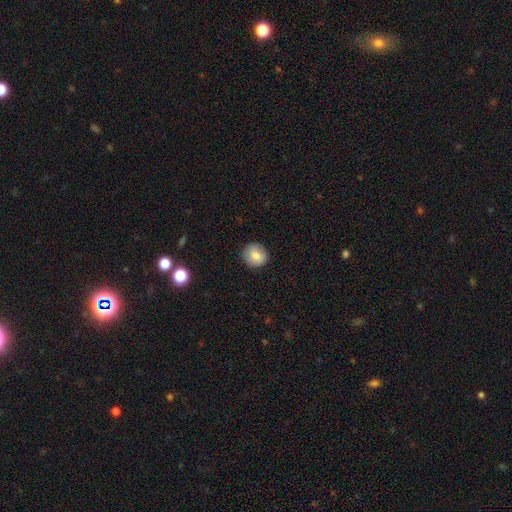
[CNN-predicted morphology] smooth 84%, star or artifact 8%, featured or disk 8%. Down the decision tree: how rounded — round (87%); merging — none (87%).